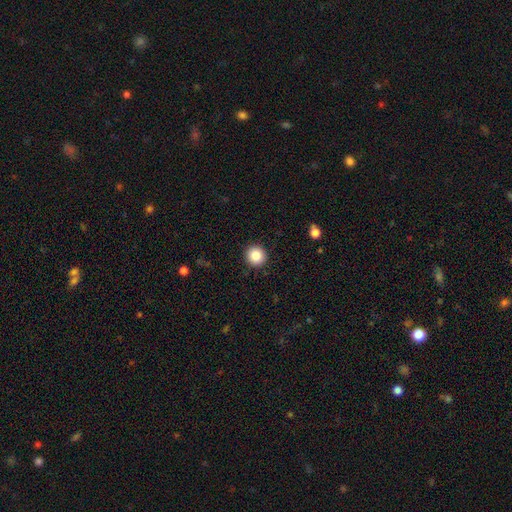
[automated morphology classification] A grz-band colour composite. It shows a smooth galaxy with no disk features (87%) that is round (95%). Merging: none (92%).